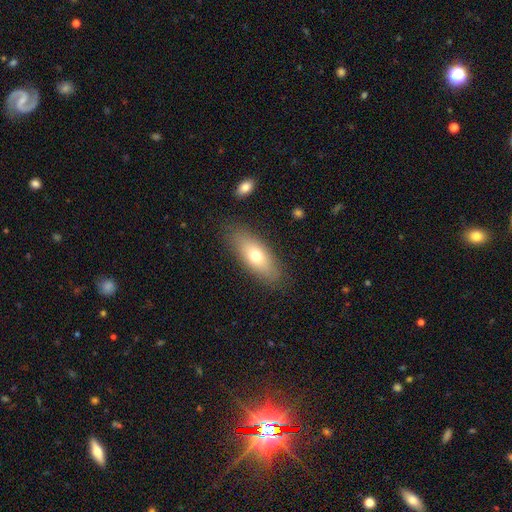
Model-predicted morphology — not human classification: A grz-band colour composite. It shows a smooth galaxy with no disk features (68%) that is in between round and cigar-shaped (71%). Merging: none (83%).